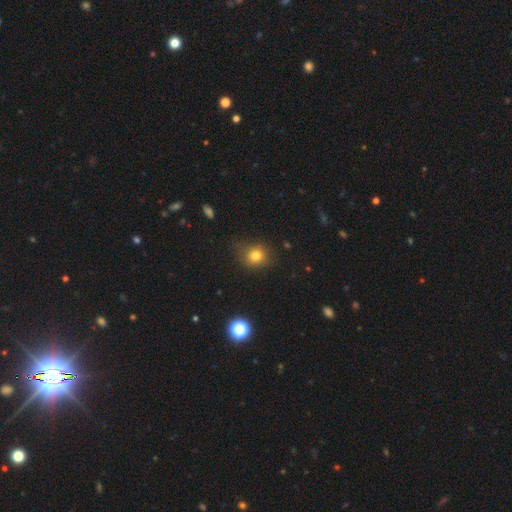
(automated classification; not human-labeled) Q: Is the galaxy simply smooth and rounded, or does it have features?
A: smooth — 77%.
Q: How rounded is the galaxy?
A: round — 77%.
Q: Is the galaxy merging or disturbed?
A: none — 74%.